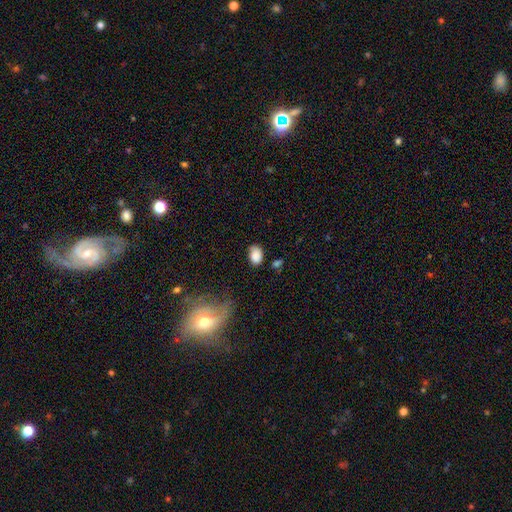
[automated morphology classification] Smooth or featured? Predicted: smooth (p=0.86). How rounded? Predicted: in between (p=0.84). Merging? Predicted: none (p=0.68).